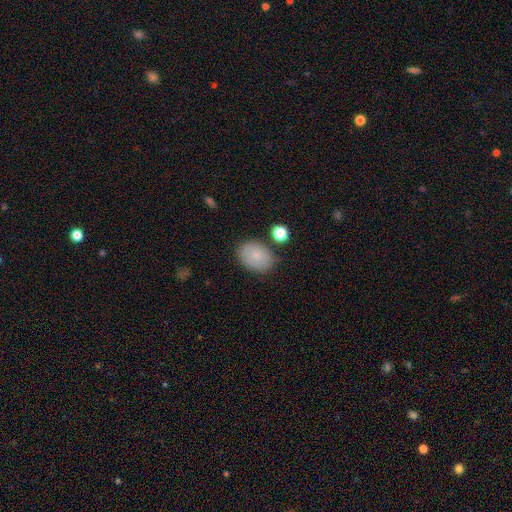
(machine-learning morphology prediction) Q: Smooth or featured?
A: smooth (83%); runner-up: featured or disk (10%)
Q: How rounded?
A: in between (76%); runner-up: round (23%)
Q: Merging?
A: none (76%); runner-up: minor disturbance (16%)